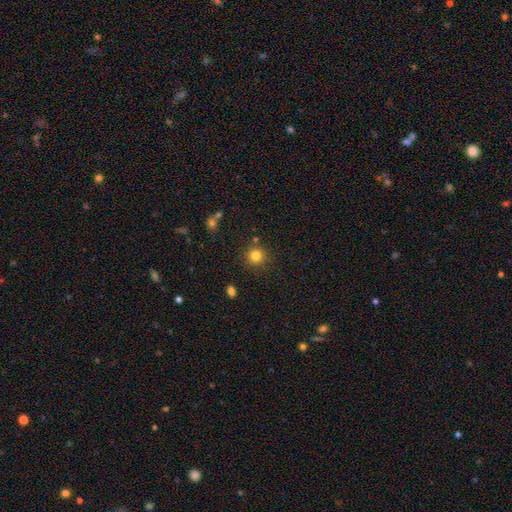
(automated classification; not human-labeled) A smooth galaxy with no disk features (82%) that is round (93%). Merging: none (85%).